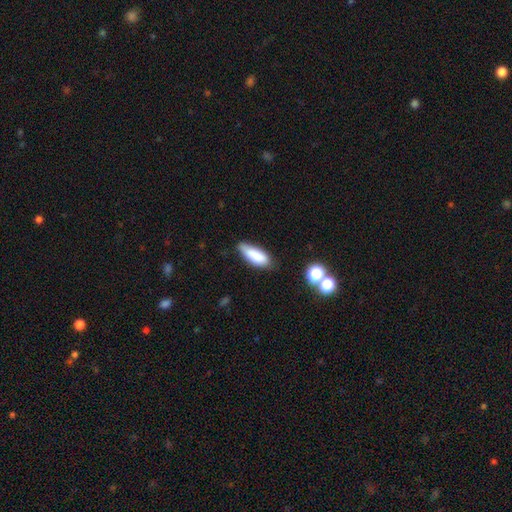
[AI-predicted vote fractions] Overall: smooth (83%). How rounded: in between (68%; cigar-shaped 30%). Merging: none (59%; minor disturbance 31%).